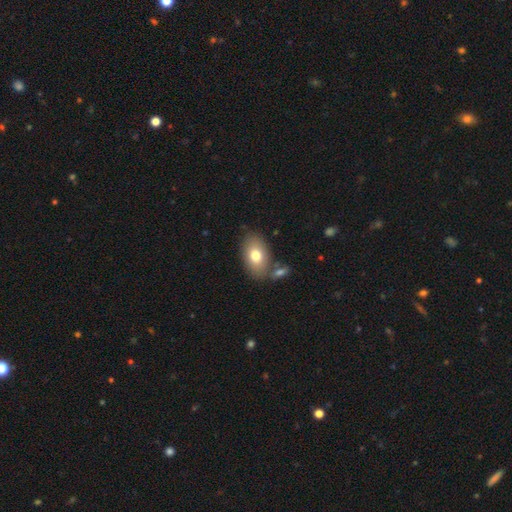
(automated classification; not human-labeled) smooth 75%, featured or disk 17%, star or artifact 8%. Down the decision tree: how rounded — in between (90%); merging — none (71%).